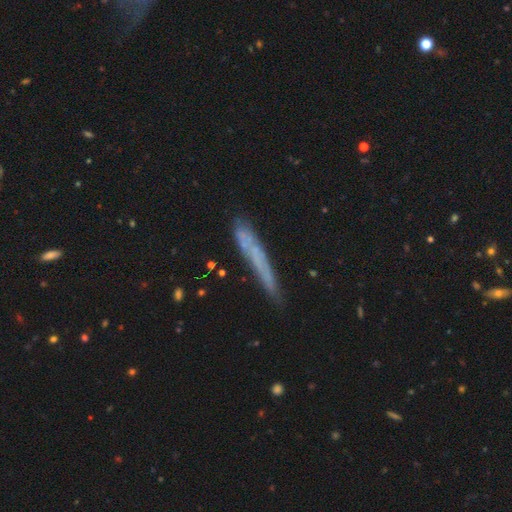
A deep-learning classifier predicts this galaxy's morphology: Q: Smooth or featured?
A: smooth (51%); runner-up: featured or disk (39%)
Q: How rounded?
A: cigar-shaped (95%); runner-up: in between (4%)
Q: Merging?
A: none (73%); runner-up: minor disturbance (19%)